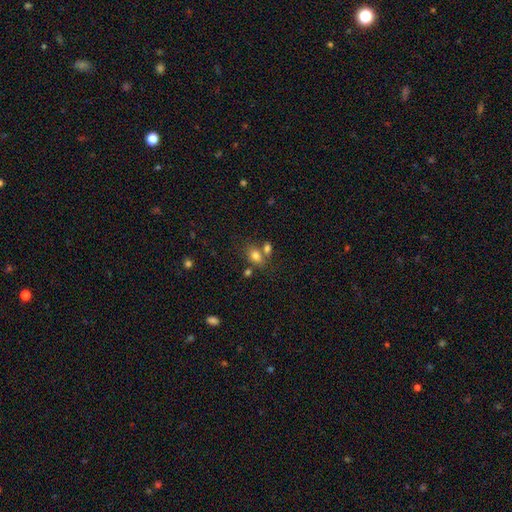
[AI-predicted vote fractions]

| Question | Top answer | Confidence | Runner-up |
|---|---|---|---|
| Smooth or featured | smooth | 78% | star or artifact (11%) |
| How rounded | in between | 73% | round (25%) |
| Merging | none | 53% | merger (31%) |